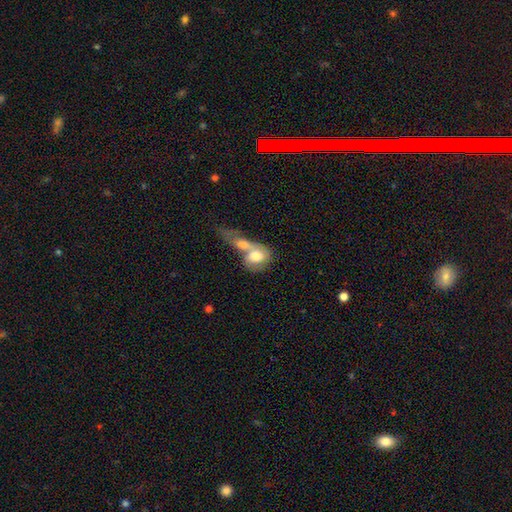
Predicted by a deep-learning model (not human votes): smooth-or-featured: smooth: 64% | featured or disk: 30% | star or artifact: 7%
  how-rounded: in between: 60% | round: 36% | cigar-shaped: 4%
  merging: merger: 74% | none: 11% | major disturbance: 9% | minor disturbance: 6%